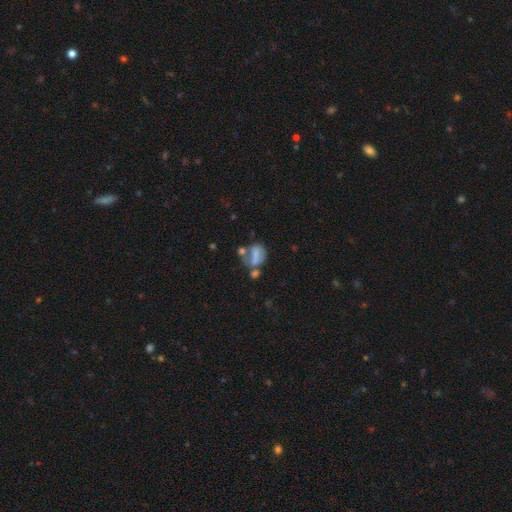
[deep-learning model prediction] This is possibly a smooth galaxy (53%). How rounded: likely in between (64%). Merging: marginally merger (33%).